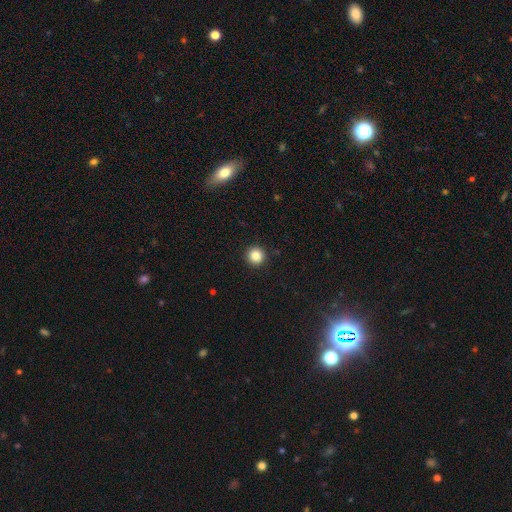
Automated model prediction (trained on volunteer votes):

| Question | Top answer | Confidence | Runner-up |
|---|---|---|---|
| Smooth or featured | smooth | 85% | star or artifact (10%) |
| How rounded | round | 95% | in between (4%) |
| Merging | none | 93% | minor disturbance (5%) |